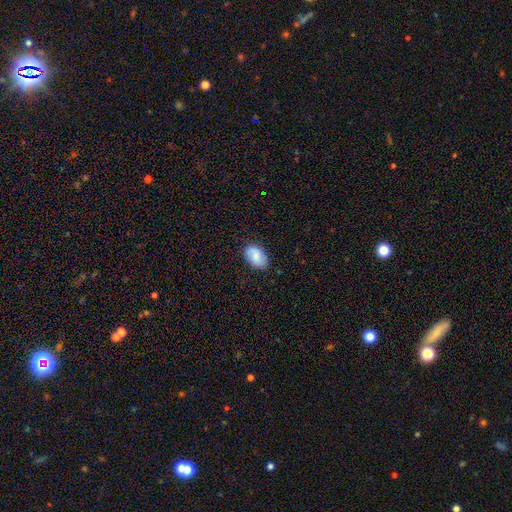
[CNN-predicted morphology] smooth-or-featured: smooth: 71% | featured or disk: 22% | star or artifact: 7%
  how-rounded: in between: 90% | round: 9% | cigar-shaped: 1%
  merging: none: 80% | minor disturbance: 16% | major disturbance: 3% | merger: 1%